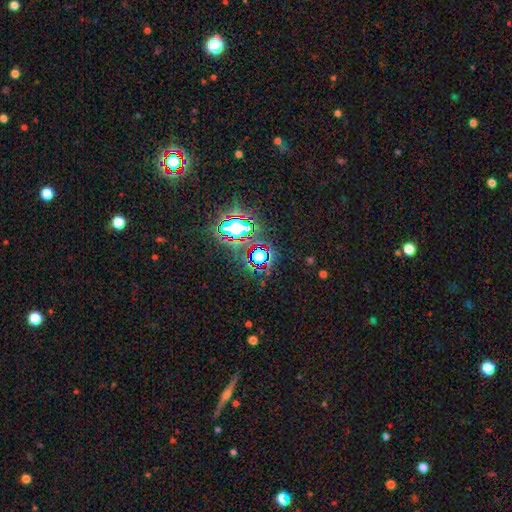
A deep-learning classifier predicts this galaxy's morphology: Smooth or featured? Predicted: star or artifact (p=0.77).